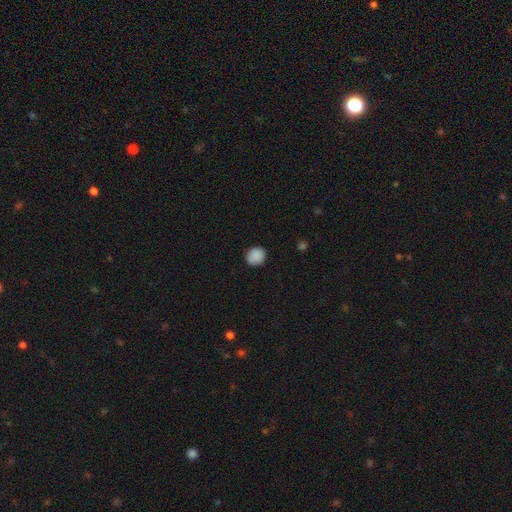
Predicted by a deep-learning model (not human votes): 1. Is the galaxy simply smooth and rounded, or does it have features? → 88% smooth, 8% star or artifact, 4% featured or disk.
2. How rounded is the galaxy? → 78% round, 21% in between, 1% cigar-shaped.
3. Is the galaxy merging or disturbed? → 85% none, 11% minor disturbance, 2% major disturbance, 1% merger.